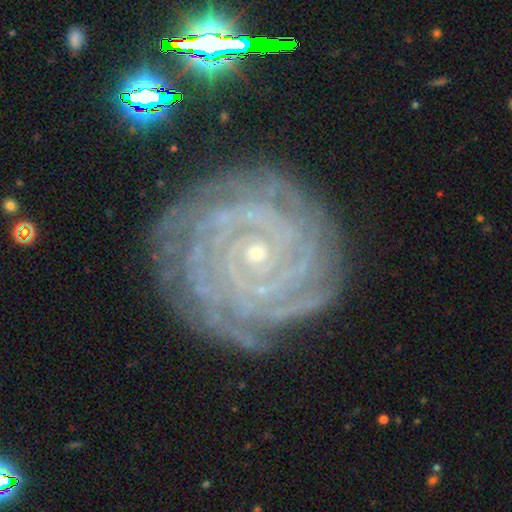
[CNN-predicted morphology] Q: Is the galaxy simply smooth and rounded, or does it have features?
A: featured or disk — 90%.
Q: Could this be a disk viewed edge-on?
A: no — 97%.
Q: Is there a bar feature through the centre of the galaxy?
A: no — 74%.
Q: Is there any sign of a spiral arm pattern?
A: yes — 98%.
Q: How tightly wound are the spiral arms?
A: tight — 89%.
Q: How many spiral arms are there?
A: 4 — 24%.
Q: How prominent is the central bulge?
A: small — 85%.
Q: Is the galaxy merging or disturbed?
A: none — 81%.